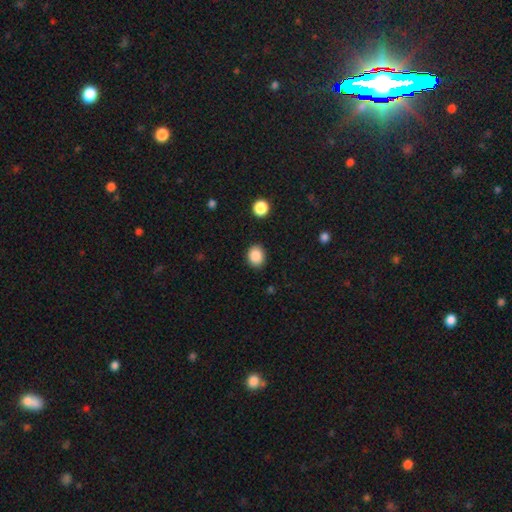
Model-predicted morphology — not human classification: smooth 88%, star or artifact 9%, featured or disk 3%. Down the decision tree: how rounded — round (59%); merging — none (88%).